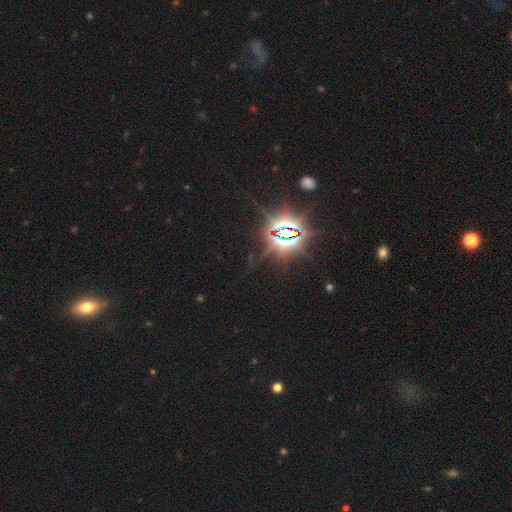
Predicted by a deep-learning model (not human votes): This appears to be a star or artifact, not a galaxy (82%).